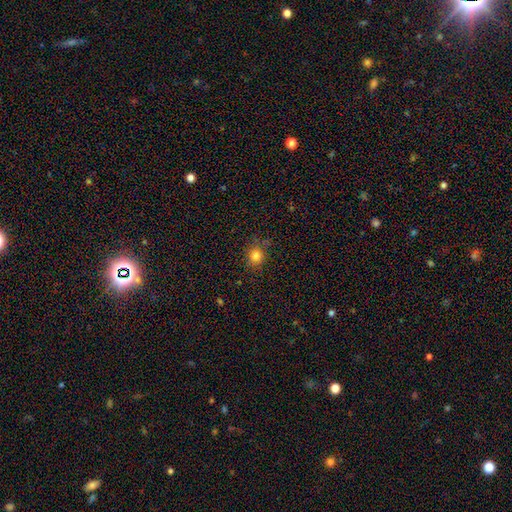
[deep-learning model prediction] smooth_or_featured: smooth (p=0.81) [alt: star or artifact p=0.13]
how_rounded: round (p=0.82) [alt: in between p=0.17]
merging: none (p=0.79) [alt: minor disturbance p=0.15]